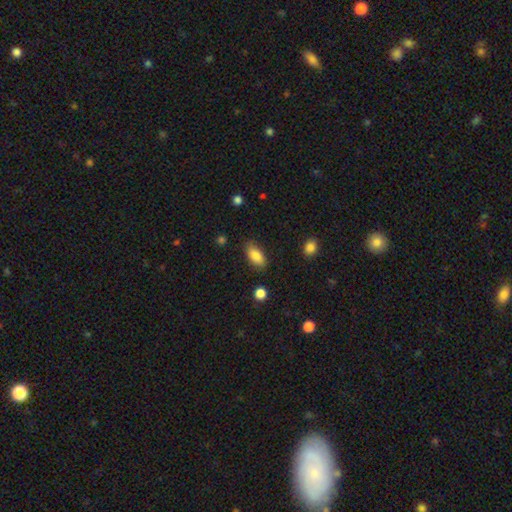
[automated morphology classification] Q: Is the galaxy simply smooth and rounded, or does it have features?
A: smooth — 87%.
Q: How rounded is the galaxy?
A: in between — 89%.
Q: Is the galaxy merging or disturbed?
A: none — 83%.